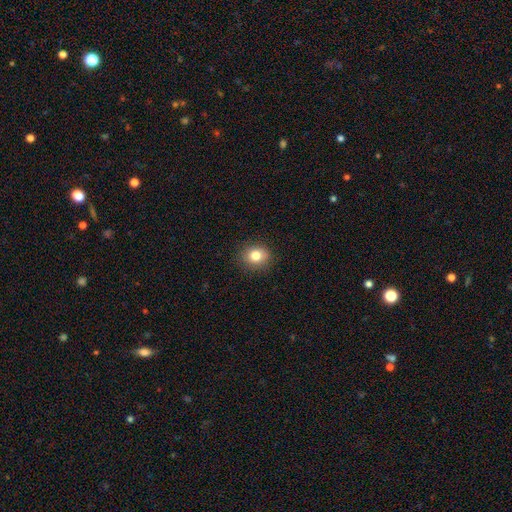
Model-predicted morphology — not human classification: smooth_or_featured: smooth (p=0.81) [alt: star or artifact p=0.11]
how_rounded: round (p=0.73) [alt: in between p=0.26]
merging: none (p=0.88) [alt: minor disturbance p=0.09]